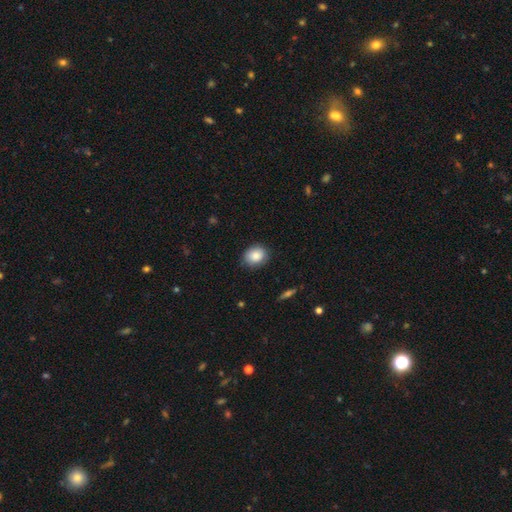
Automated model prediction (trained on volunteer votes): The model was most divided on "how rounded": round: 59%, in between: 40%, cigar-shaped: 1%. More confident: smooth or featured — smooth (84%); merging — none (83%).